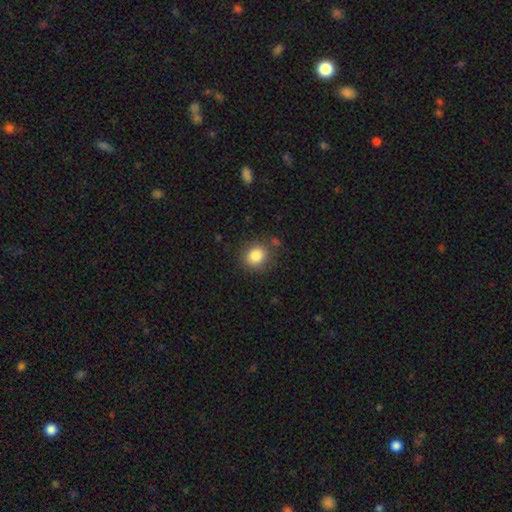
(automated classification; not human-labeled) This is clearly a smooth galaxy (84%). How rounded: likely round (76%). Merging: clearly none (81%).